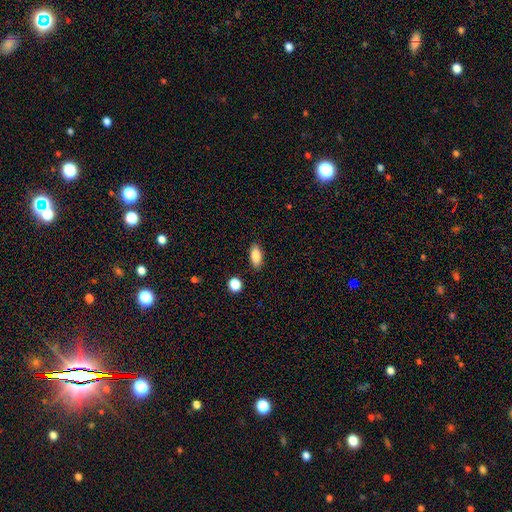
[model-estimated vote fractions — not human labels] smooth 86%, star or artifact 8%, featured or disk 6%. Down the decision tree: how rounded — in between (86%); merging — none (88%).